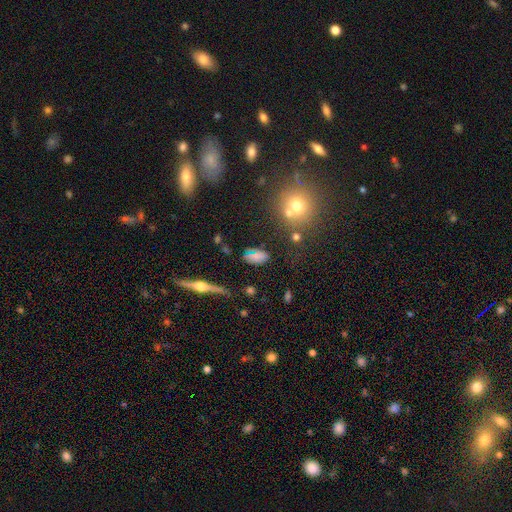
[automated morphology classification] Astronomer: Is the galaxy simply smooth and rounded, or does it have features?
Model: smooth — 60%.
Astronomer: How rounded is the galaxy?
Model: in between — 86%.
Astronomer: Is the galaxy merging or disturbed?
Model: none — 67%.